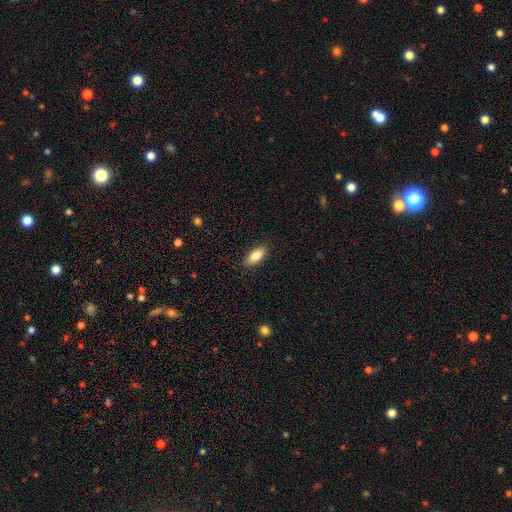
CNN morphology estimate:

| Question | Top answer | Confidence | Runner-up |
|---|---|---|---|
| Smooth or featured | smooth | 83% | featured or disk (10%) |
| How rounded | in between | 83% | cigar-shaped (14%) |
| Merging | none | 87% | minor disturbance (9%) |